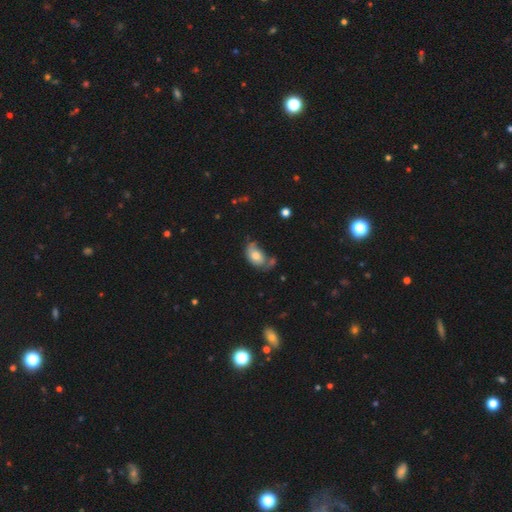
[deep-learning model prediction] Smooth or featured? smooth (67%)
How rounded? in between (89%)
Merging? none (32%)